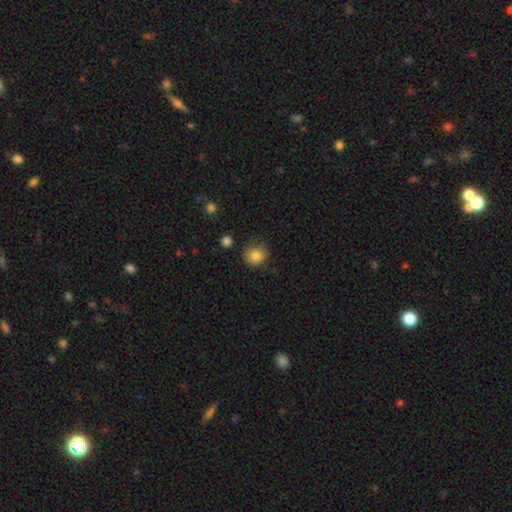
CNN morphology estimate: This is clearly a smooth galaxy (86%). How rounded: clearly round (86%). Merging: clearly none (83%).